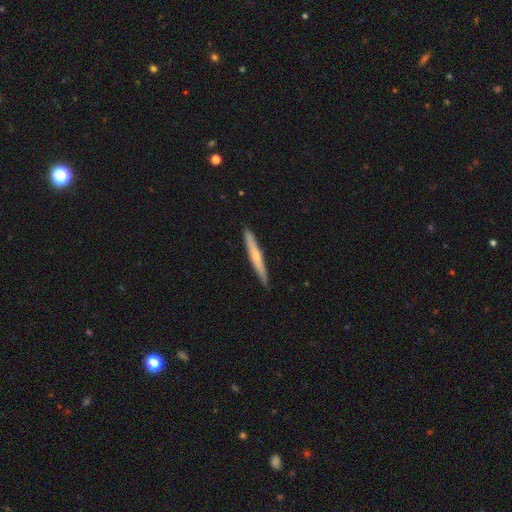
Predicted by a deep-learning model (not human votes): Smooth or featured? smooth (51%)
How rounded? cigar-shaped (96%)
Merging? none (90%)